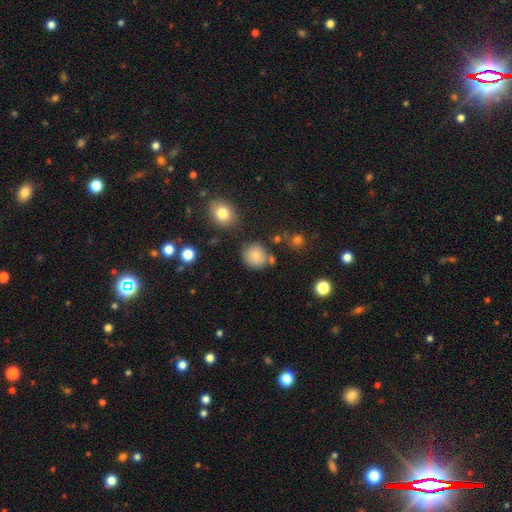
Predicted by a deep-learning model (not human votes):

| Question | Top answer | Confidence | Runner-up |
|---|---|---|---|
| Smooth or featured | smooth | 81% | star or artifact (11%) |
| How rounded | round | 87% | in between (12%) |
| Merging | none | 76% | minor disturbance (13%) |